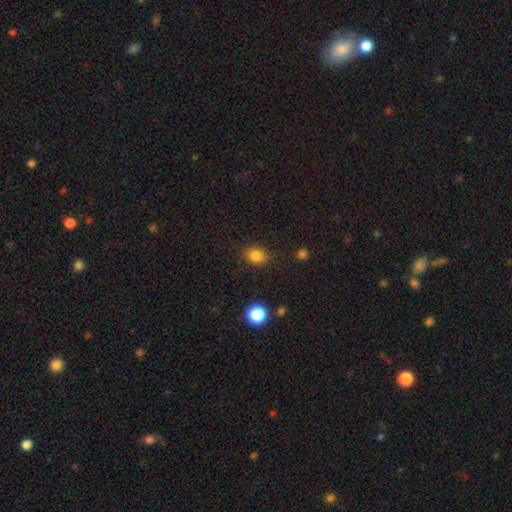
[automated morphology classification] type=smooth (83%); roundness=in between (59%); merging=none (83%).